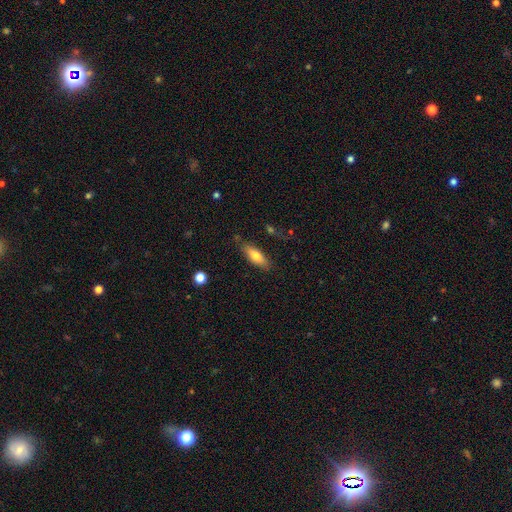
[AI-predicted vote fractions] Q: Smooth or featured?
A: smooth (73%); runner-up: featured or disk (20%)
Q: How rounded?
A: in between (60%); runner-up: cigar-shaped (38%)
Q: Merging?
A: none (77%); runner-up: minor disturbance (16%)